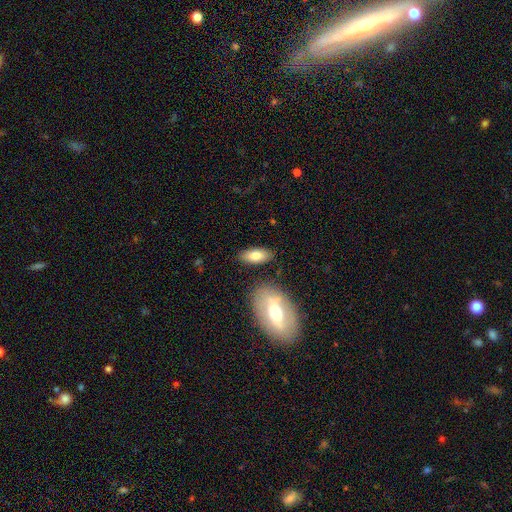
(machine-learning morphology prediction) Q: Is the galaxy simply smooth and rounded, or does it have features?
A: smooth — 74%.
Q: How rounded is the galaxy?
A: in between — 85%.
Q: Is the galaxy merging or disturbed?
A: none — 81%.